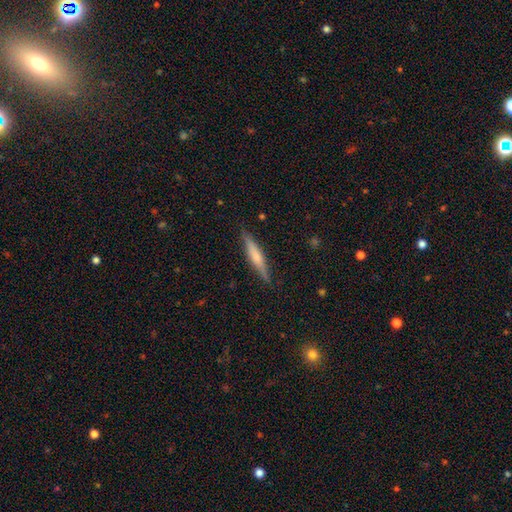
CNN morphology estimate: A smooth galaxy with no disk features (48%). Merging: none (88%).